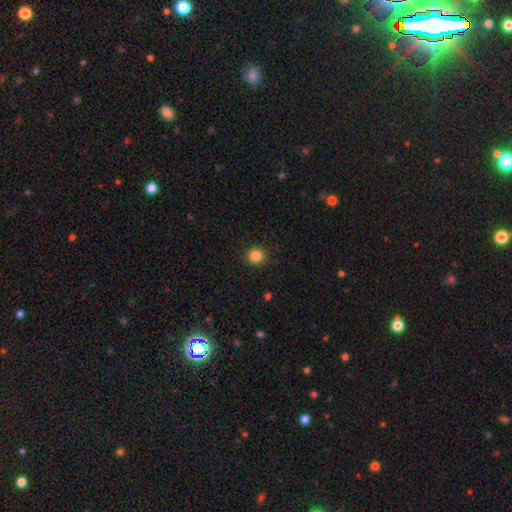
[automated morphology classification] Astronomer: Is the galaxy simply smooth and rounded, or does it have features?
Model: smooth — 86%.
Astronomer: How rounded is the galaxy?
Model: round — 91%.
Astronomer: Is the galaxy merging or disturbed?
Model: none — 91%.